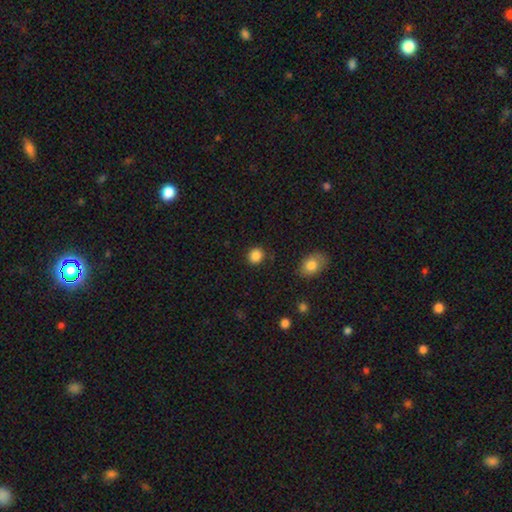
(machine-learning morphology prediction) Smooth or featured? smooth (86%)
How rounded? round (84%)
Merging? none (89%)